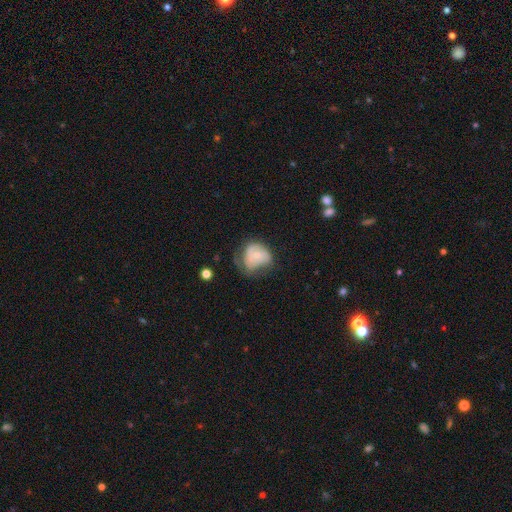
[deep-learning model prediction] The model was most divided on "merging": major disturbance: 35%, minor disturbance: 34%, none: 28%, merger: 3%. Remaining: smooth or featured — smooth (49%).